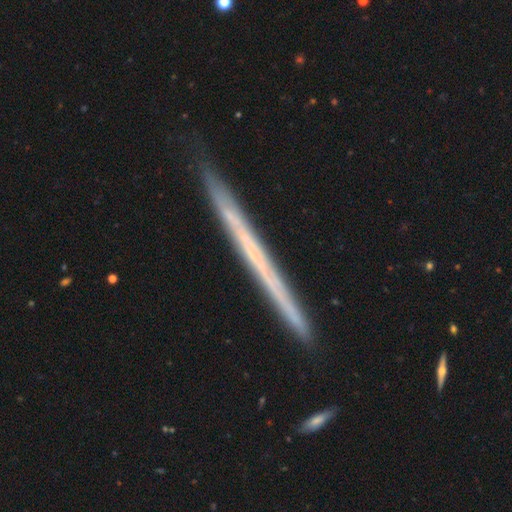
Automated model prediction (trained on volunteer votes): A featured or disk galaxy (60%) viewed edge-on (97%) with no central bulge (94%).

Vote fractions:
- Smooth or featured? featured or disk: 60% / smooth: 33% / star or artifact: 7%
- Edge-on disk? yes: 97% / no: 3%
- Edge-on bulge? none: 94% / rounded: 4% / boxy: 2%
- Merging? none: 88% / minor disturbance: 9% / merger: 1% / major disturbance: 1%